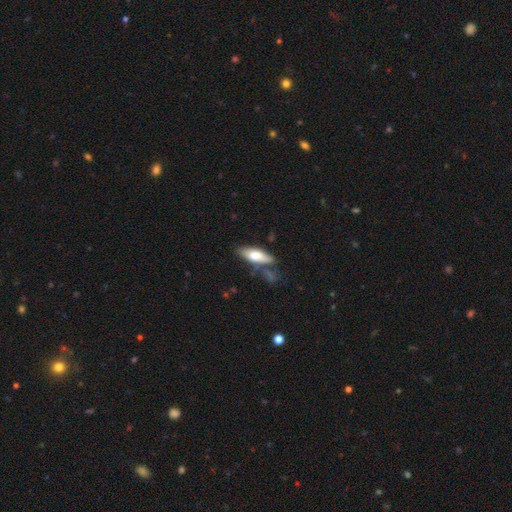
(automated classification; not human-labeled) The model was most divided on "how rounded": in between: 60%, cigar-shaped: 37%, round: 2%. More confident: smooth or featured — smooth (67%); merging — none (60%).